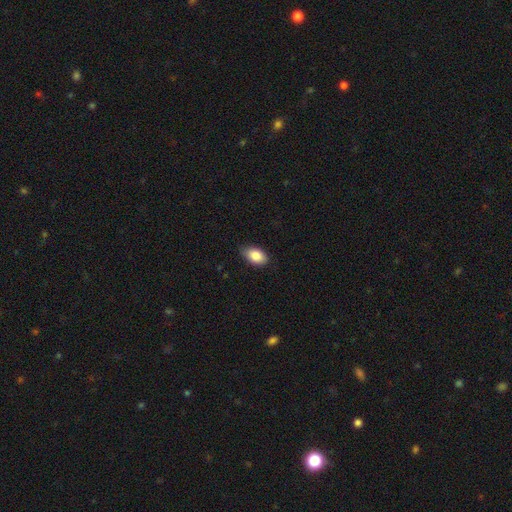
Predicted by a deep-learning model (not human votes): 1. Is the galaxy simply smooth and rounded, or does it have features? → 86% smooth, 7% star or artifact, 7% featured or disk.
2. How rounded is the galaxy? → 90% in between, 8% round, 2% cigar-shaped.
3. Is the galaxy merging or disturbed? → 75% none, 21% minor disturbance, 3% major disturbance, 1% merger.